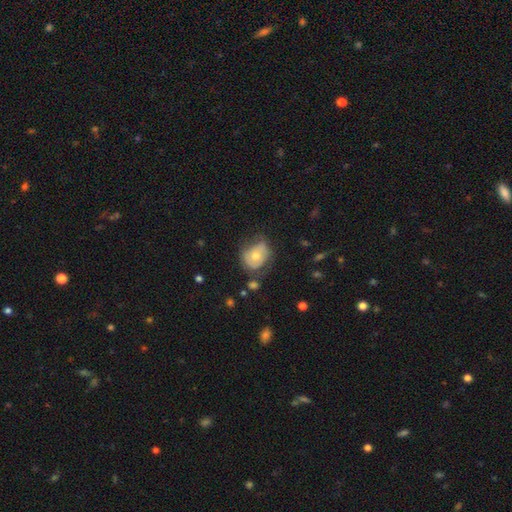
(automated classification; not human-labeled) The model was most divided on "smooth or featured": smooth: 48%, featured or disk: 45%, star or artifact: 7%. Remaining: merging — none (46%).